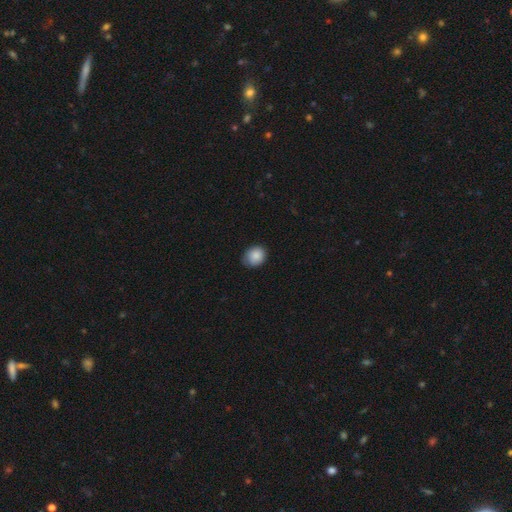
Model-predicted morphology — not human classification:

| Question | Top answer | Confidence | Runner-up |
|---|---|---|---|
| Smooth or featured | smooth | 86% | star or artifact (7%) |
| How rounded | round | 61% | in between (38%) |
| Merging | none | 69% | minor disturbance (26%) |